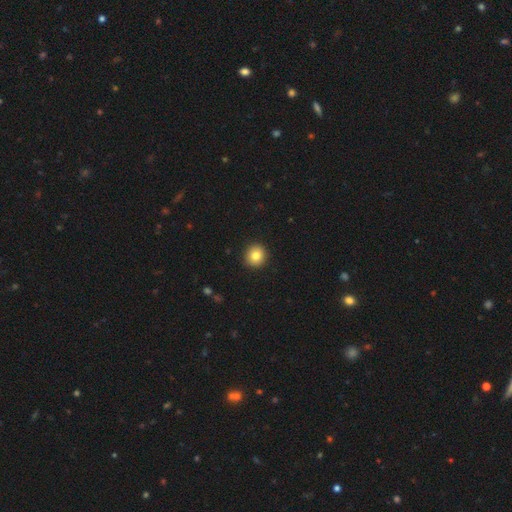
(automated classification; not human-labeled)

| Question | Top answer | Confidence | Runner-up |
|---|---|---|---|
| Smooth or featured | smooth | 82% | star or artifact (10%) |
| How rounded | round | 91% | in between (8%) |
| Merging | none | 92% | minor disturbance (5%) |